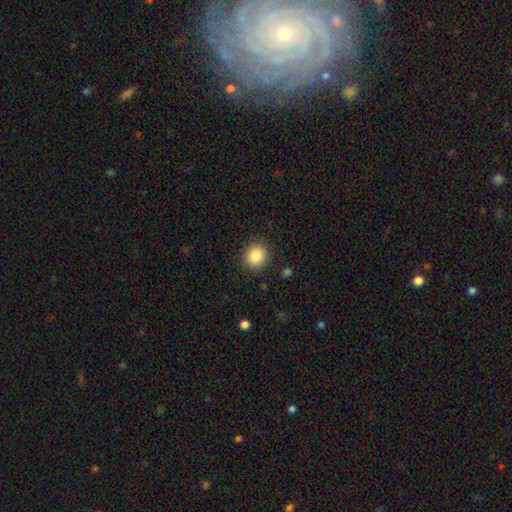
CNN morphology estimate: The model was most divided on "how rounded": round: 84%, in between: 15%, cigar-shaped: 1%. More confident: merging — none (88%); smooth or featured — smooth (86%).